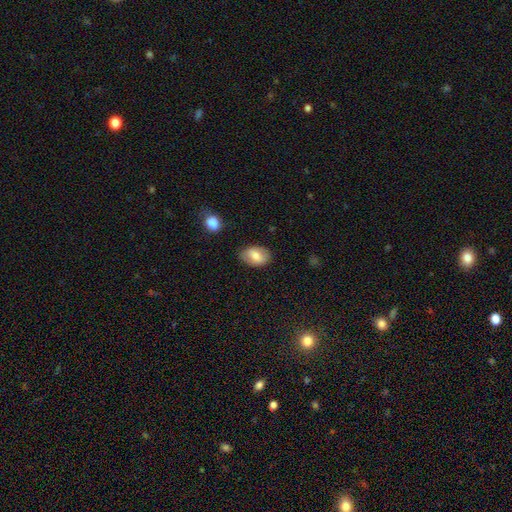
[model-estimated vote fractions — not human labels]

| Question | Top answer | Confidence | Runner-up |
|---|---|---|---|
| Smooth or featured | smooth | 72% | featured or disk (21%) |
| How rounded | in between | 88% | round (11%) |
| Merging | none | 80% | minor disturbance (15%) |